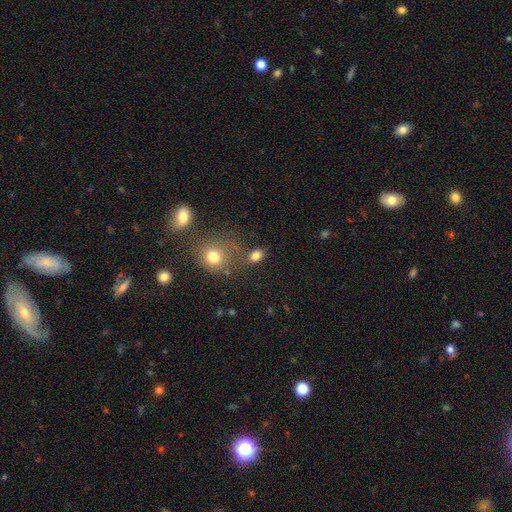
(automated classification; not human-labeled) Overall: smooth (80%). How rounded: in between (72%). Merging: none (67%).